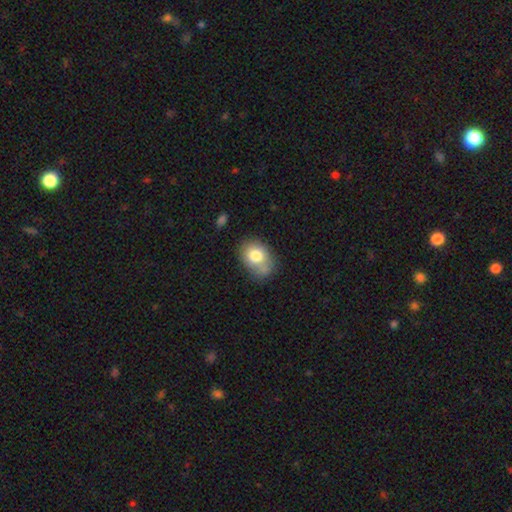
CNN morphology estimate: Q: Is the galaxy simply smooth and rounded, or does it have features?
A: smooth — 77%.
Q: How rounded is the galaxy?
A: in between — 67%.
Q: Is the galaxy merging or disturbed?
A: none — 52%.